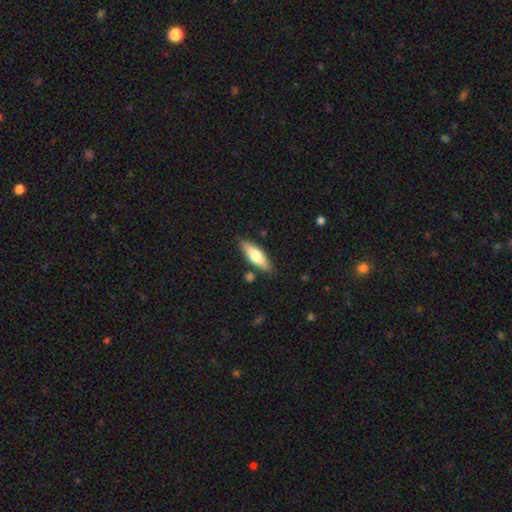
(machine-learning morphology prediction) This appears to be a smooth galaxy with no disk features (67%) that is in between round and cigar-shaped (60%). Merging: none (83%).